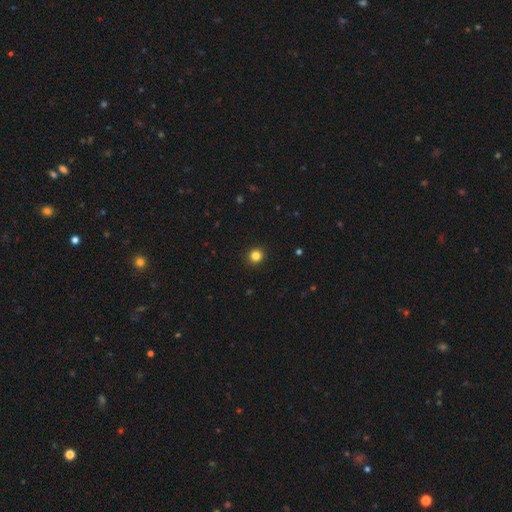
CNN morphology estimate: This appears to be a smooth galaxy with no disk features (83%) that is round (92%). Merging: none (93%).